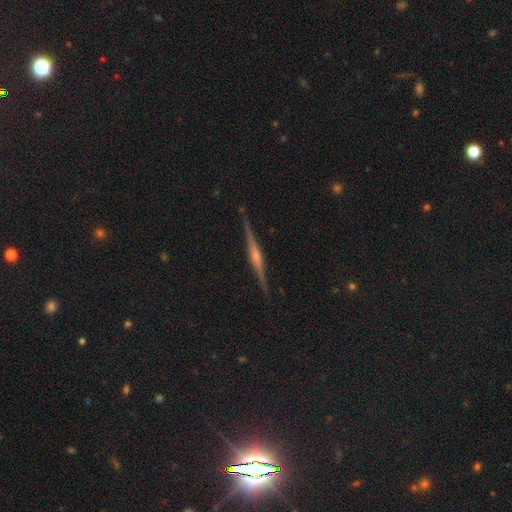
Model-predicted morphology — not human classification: Smooth or featured: featured or disk — 83% (smooth — 11%)
Edge-on disk: yes — 98% (no — 2%)
Edge-on bulge: rounded — 67% (boxy — 20%)
Merging: none — 90% (minor disturbance — 7%)